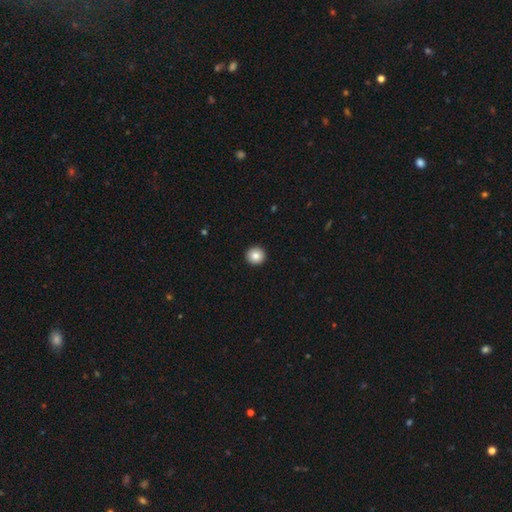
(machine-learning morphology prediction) The model was most divided on "smooth or featured": smooth: 85%, star or artifact: 9%, featured or disk: 6%. More confident: how rounded — round (94%); merging — none (94%).